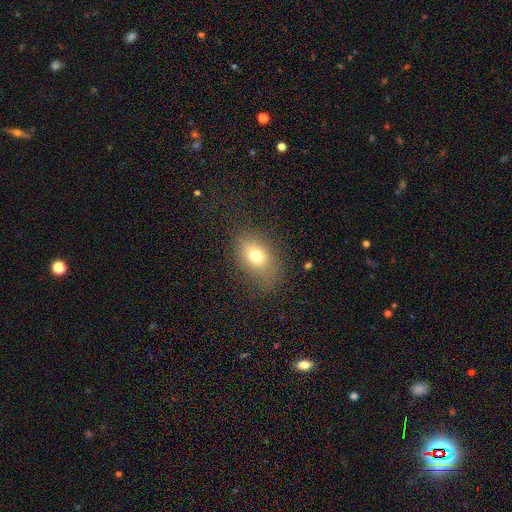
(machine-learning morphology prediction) Smooth or featured: smooth — 73% (featured or disk — 14%)
How rounded: in between — 78% (round — 21%)
Merging: none — 73% (minor disturbance — 17%)